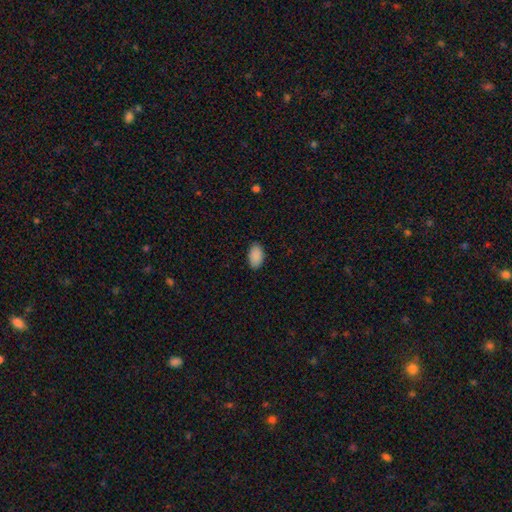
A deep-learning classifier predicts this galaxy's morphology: This is clearly a smooth galaxy (90%). How rounded: clearly in between (94%). Merging: clearly none (87%).